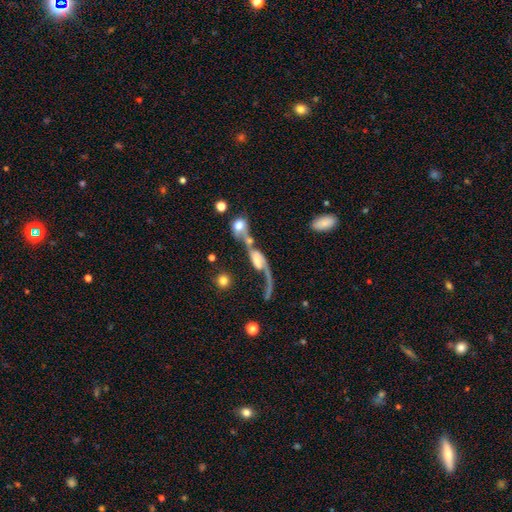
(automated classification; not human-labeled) This is possibly a featured or disk galaxy (53%). It is possibly viewed edge-on (54%). Merging: marginally none (39%).